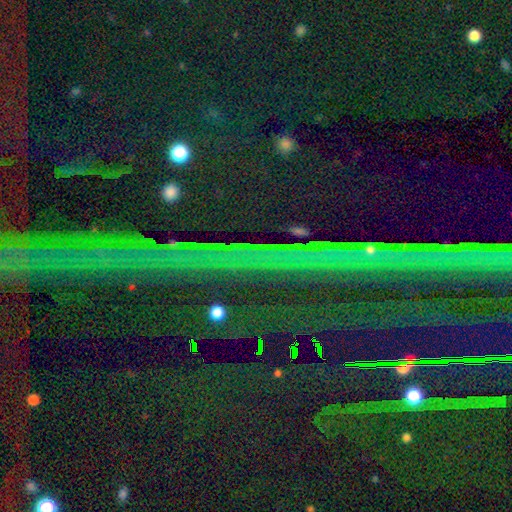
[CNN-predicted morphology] Q: Smooth or featured?
A: star or artifact (86%); runner-up: featured or disk (7%)